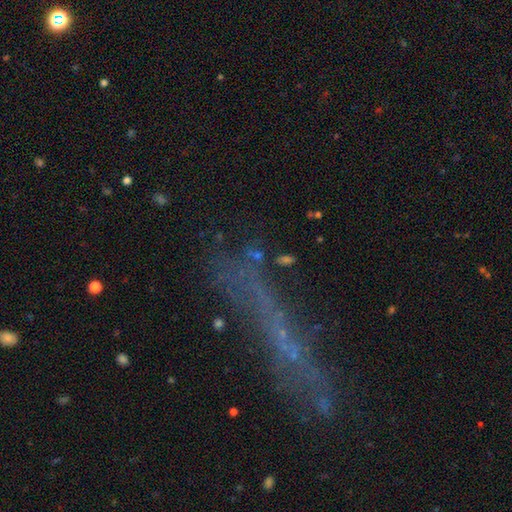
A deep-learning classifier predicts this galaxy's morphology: smooth-or-featured: star or artifact: 43% | featured or disk: 29% | smooth: 28%